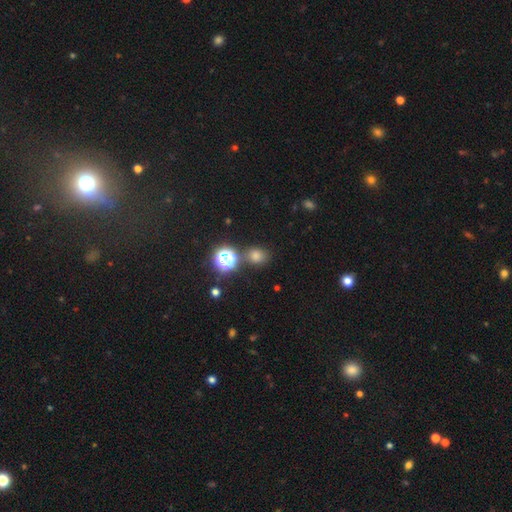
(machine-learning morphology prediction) Smooth or featured?
  - smooth: 65% *
  - star or artifact: 29%
  - featured or disk: 6%
How rounded?
  - round: 72% *
  - in between: 27%
  - cigar-shaped: 1%
Merging?
  - none: 78% *
  - minor disturbance: 10%
  - merger: 9%
  - major disturbance: 4%